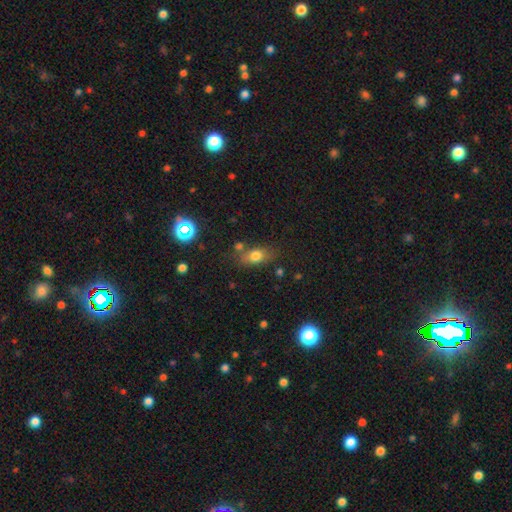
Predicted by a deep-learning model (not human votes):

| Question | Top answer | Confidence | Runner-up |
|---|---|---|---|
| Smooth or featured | smooth | 75% | star or artifact (13%) |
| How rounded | in between | 71% | round (22%) |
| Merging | none | 67% | minor disturbance (17%) |